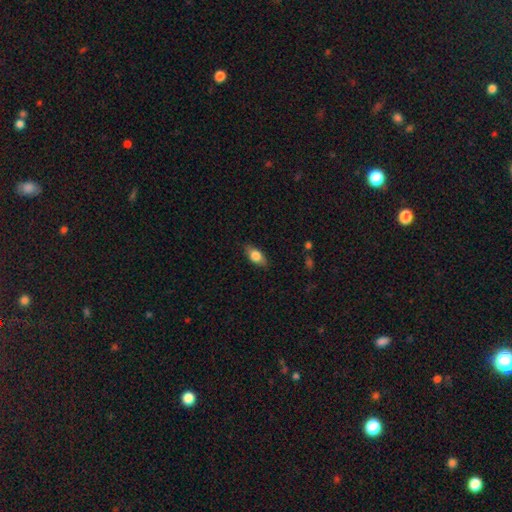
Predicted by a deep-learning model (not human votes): Q: Smooth or featured?
A: smooth (77%); runner-up: featured or disk (16%)
Q: How rounded?
A: in between (86%); runner-up: cigar-shaped (7%)
Q: Merging?
A: none (83%); runner-up: minor disturbance (13%)